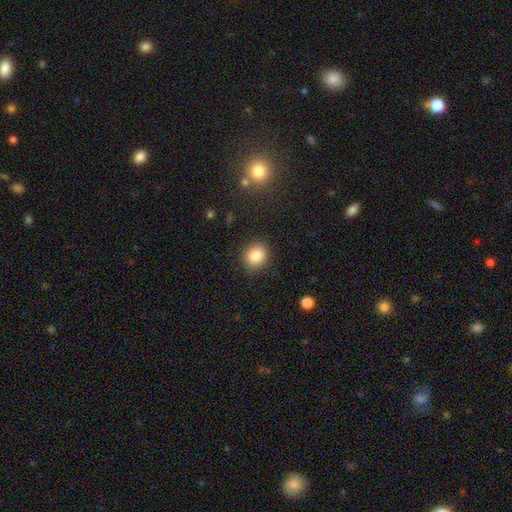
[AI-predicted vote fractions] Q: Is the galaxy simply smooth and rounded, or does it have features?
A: smooth — 86%.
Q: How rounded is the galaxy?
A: round — 66%.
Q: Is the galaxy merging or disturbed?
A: none — 87%.